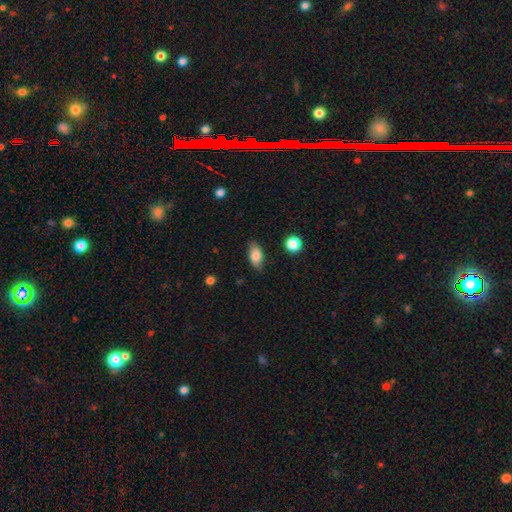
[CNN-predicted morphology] Q: Smooth or featured?
A: smooth (80%); runner-up: featured or disk (12%)
Q: How rounded?
A: in between (88%); runner-up: cigar-shaped (7%)
Q: Merging?
A: none (82%); runner-up: minor disturbance (14%)